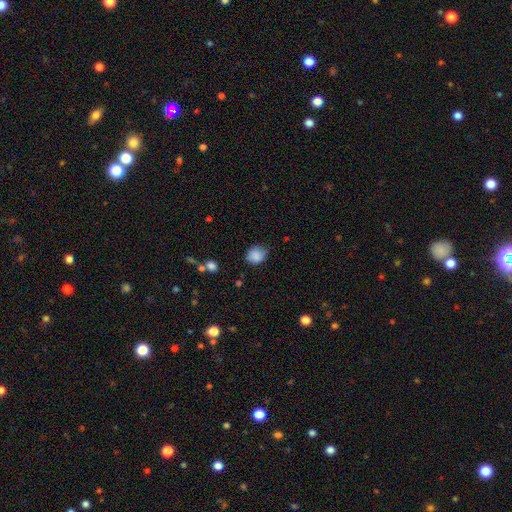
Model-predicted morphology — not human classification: This is clearly a smooth galaxy (84%). How rounded: possibly round (59%). Merging: likely none (60%).